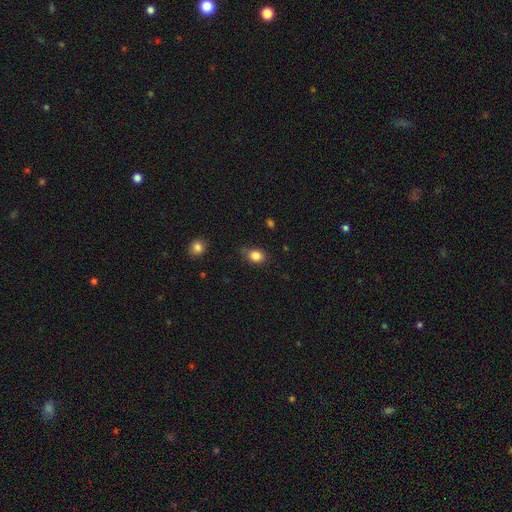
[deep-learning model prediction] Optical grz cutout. It shows a smooth galaxy with no disk features (84%) that is in between round and cigar-shaped (54%). Merging: none (67%).